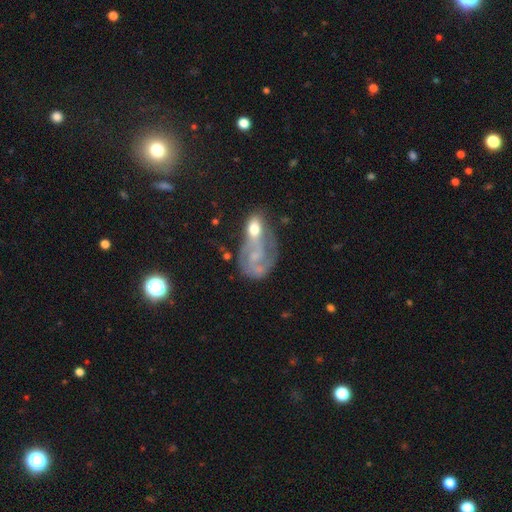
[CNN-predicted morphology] type=featured or disk (67%); edge-on=no (97%); bar=no (67%); spiral arms=yes (70%); bulge=small (48%); merging=merger (37%).